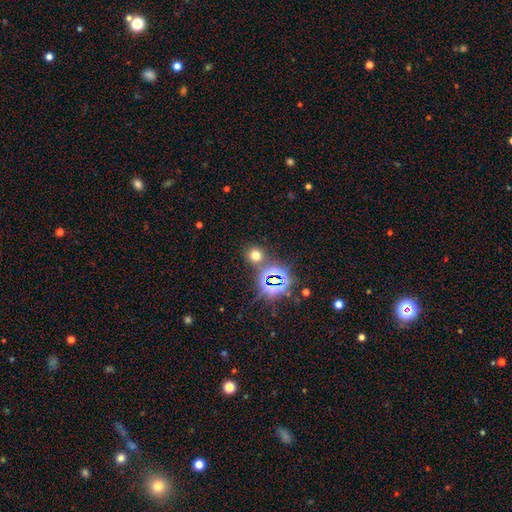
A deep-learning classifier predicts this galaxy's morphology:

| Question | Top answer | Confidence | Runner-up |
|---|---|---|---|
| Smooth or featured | smooth | 60% | star or artifact (33%) |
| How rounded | round | 85% | in between (13%) |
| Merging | none | 80% | merger (10%) |